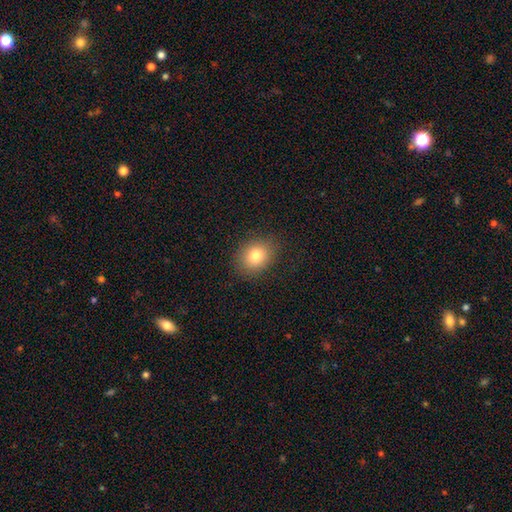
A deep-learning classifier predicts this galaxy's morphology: This is clearly a smooth galaxy (81%). How rounded: possibly in between (50%). Merging: clearly none (86%).